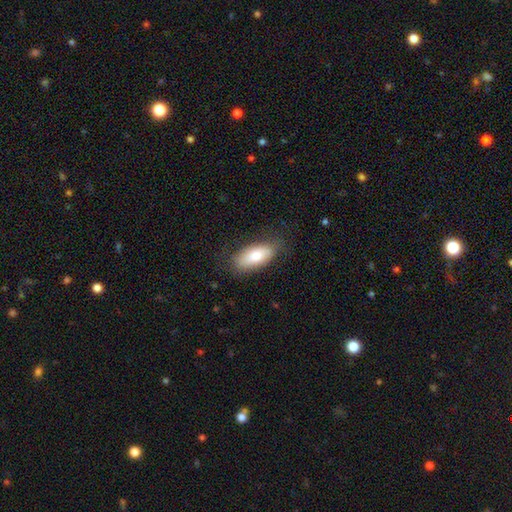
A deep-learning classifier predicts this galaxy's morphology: This appears to be a smooth galaxy with no disk features (79%) that is in between round and cigar-shaped (86%). Merging: none (76%).